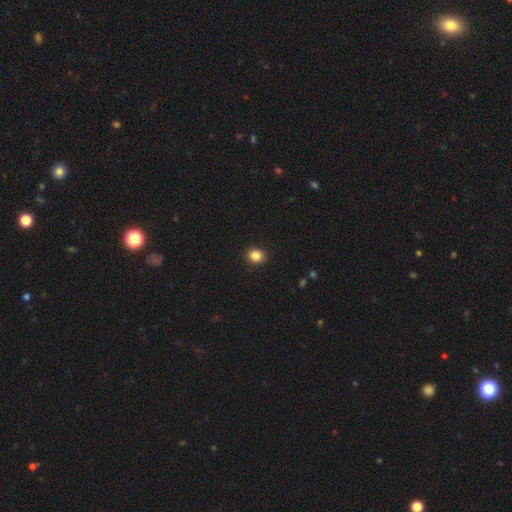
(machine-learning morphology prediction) type=smooth (85%); roundness=round (71%); merging=none (92%).